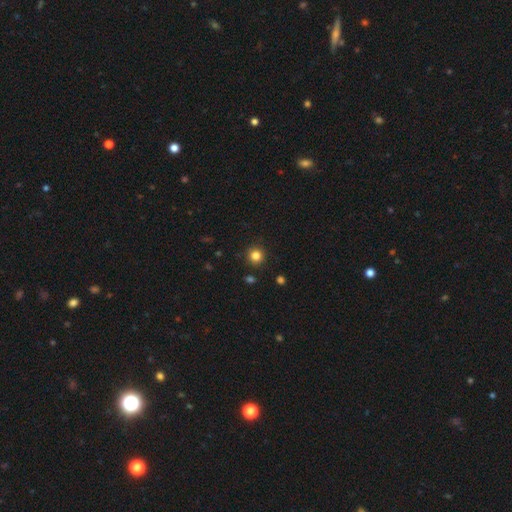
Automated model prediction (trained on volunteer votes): Smooth or featured? Predicted: smooth (p=0.83). How rounded? Predicted: round (p=0.94). Merging? Predicted: none (p=0.91).